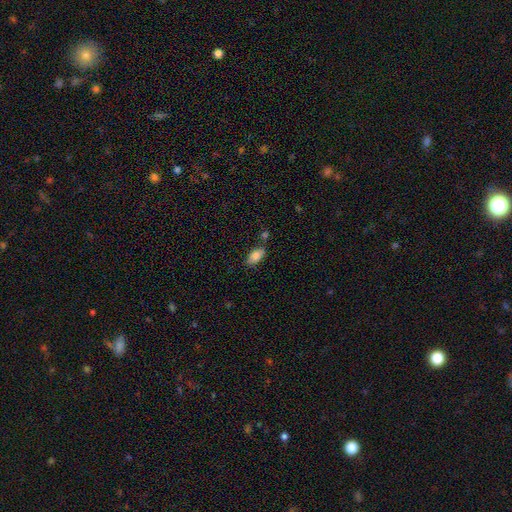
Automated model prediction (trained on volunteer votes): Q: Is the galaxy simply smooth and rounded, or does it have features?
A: smooth — 82%.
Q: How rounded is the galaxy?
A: in between — 91%.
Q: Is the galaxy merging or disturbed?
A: none — 74%.